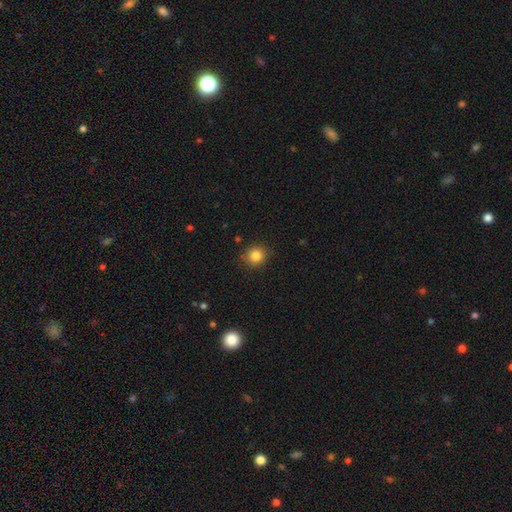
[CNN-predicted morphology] Smooth or featured?
  - smooth: 84% *
  - star or artifact: 11%
  - featured or disk: 5%
How rounded?
  - round: 87% *
  - in between: 12%
  - cigar-shaped: 1%
Merging?
  - none: 87% *
  - minor disturbance: 10%
  - major disturbance: 2%
  - merger: 1%